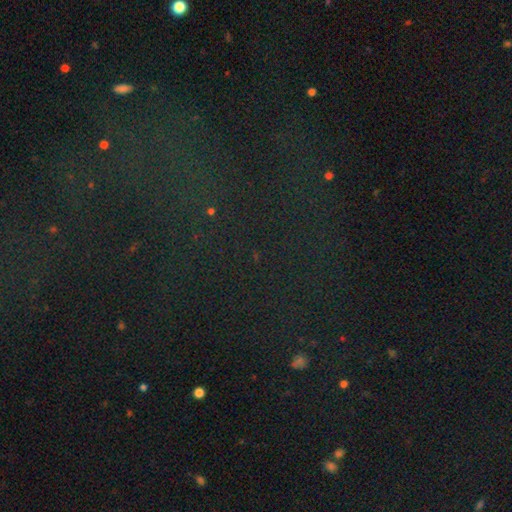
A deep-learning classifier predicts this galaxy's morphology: This is clearly a star or artifact rather than a galaxy (80%).